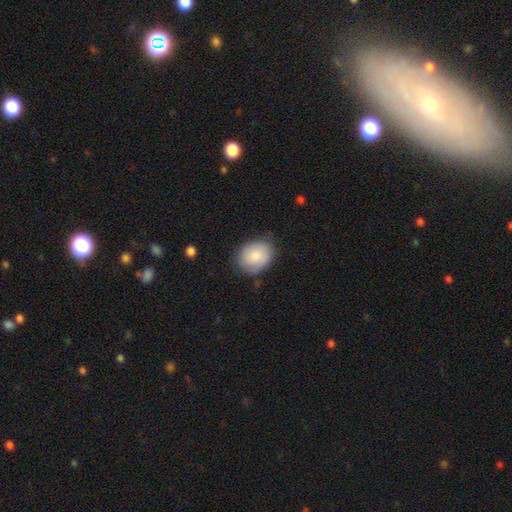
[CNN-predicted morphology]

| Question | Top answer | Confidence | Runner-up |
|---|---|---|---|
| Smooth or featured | smooth | 84% | featured or disk (9%) |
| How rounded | in between | 53% | round (46%) |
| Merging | none | 73% | minor disturbance (21%) |